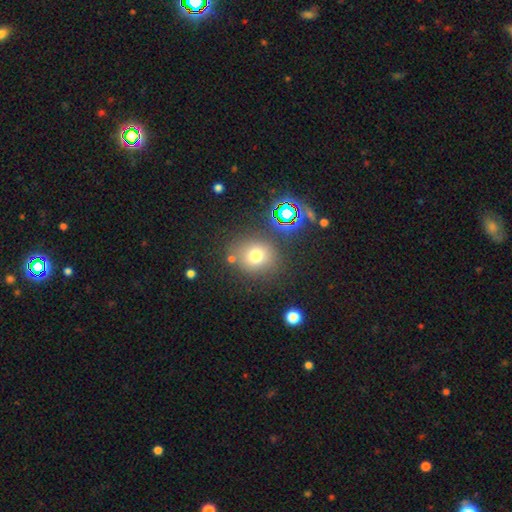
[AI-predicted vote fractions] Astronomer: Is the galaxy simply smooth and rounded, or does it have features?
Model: smooth — 71%.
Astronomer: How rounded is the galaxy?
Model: round — 78%.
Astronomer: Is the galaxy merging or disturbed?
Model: none — 78%.